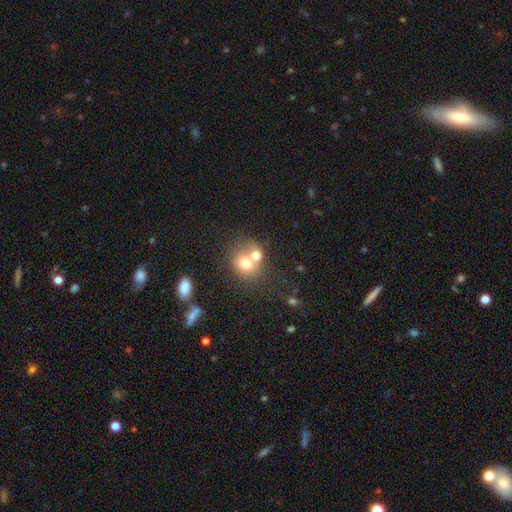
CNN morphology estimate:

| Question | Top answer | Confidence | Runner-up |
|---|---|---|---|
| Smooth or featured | smooth | 67% | featured or disk (22%) |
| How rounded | round | 70% | in between (30%) |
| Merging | merger | 65% | none (26%) |